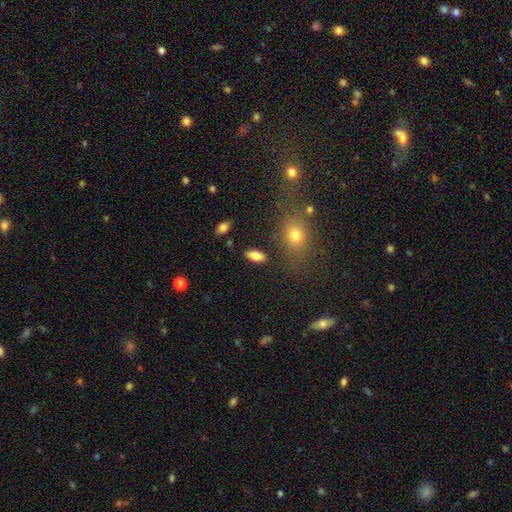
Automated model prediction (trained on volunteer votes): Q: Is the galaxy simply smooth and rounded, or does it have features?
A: smooth — 82%.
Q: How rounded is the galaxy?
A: in between — 83%.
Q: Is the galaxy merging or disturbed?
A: none — 85%.